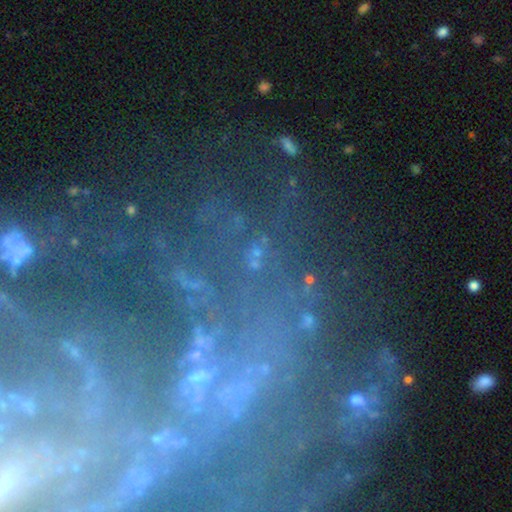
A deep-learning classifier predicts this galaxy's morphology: type=featured or disk (56%); edge-on=no (94%); bar=no (52%); spiral arms=yes (72%); bulge=small (47%); merging=none (57%).